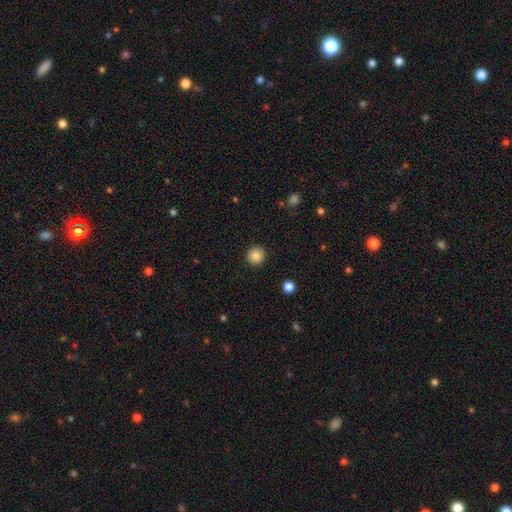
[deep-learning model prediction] Smooth or featured?
  - smooth: 85% *
  - star or artifact: 10%
  - featured or disk: 5%
How rounded?
  - round: 94% *
  - in between: 5%
  - cigar-shaped: 1%
Merging?
  - none: 92% *
  - minor disturbance: 5%
  - major disturbance: 2%
  - merger: 1%